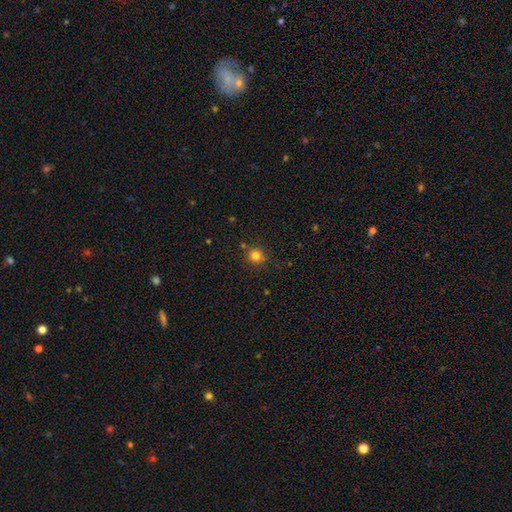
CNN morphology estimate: Q: Smooth or featured?
A: smooth (80%); runner-up: star or artifact (14%)
Q: How rounded?
A: round (93%); runner-up: in between (6%)
Q: Merging?
A: none (83%); runner-up: minor disturbance (10%)